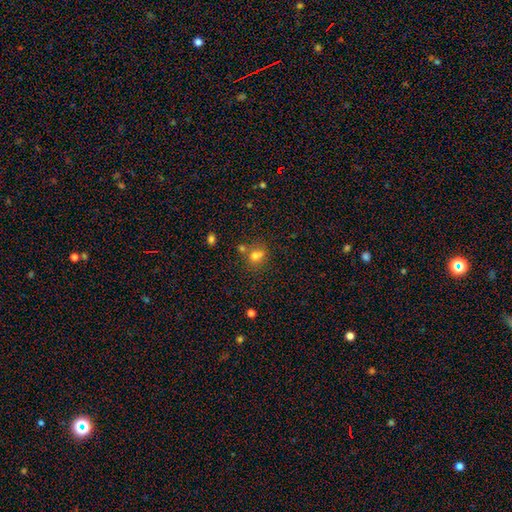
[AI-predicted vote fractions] Smooth or featured? Predicted: smooth (p=0.72). How rounded? Predicted: round (p=0.49, tied with in between). Merging? Predicted: none (p=0.55).